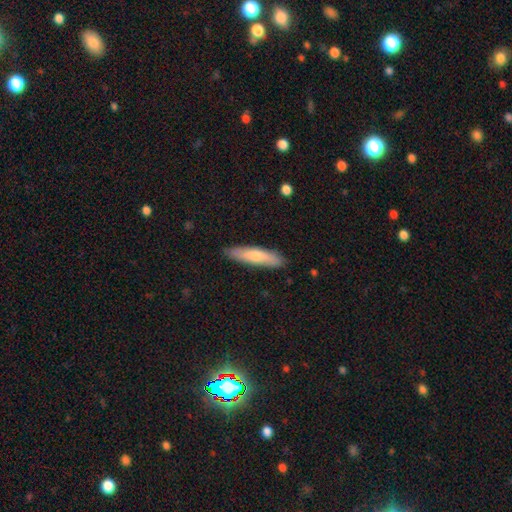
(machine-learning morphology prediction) Overall: smooth (65%; featured or disk 29%). How rounded: cigar-shaped (80%). Merging: none (88%).